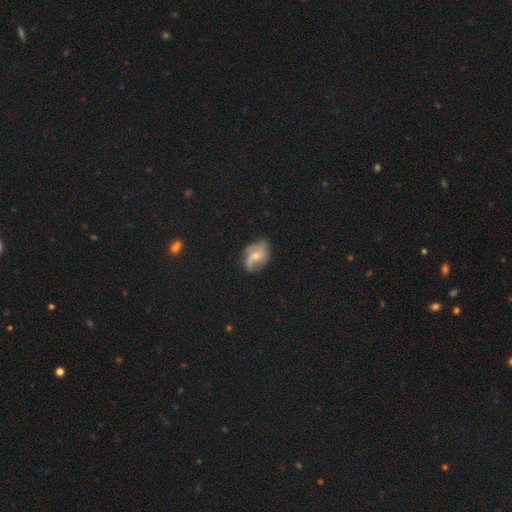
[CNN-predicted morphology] featured or disk 65%, smooth 26%, star or artifact 9%. Down the decision tree: edge-on disk — no (97%); bar — no (61%); spiral arms — yes (88%); spiral arm count — 2 (51%); spiral winding — loose (47%); bulge size — moderate (48%); merging — none (59%).